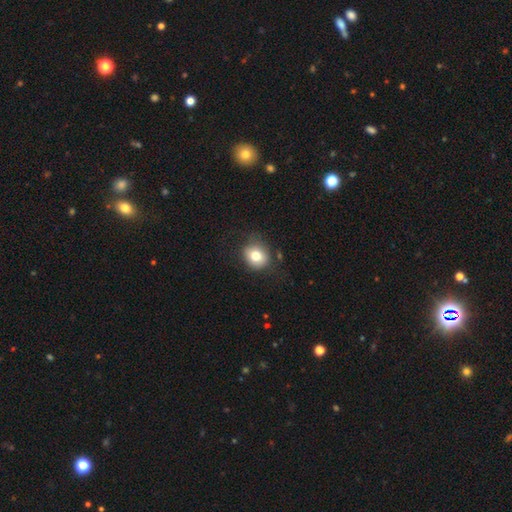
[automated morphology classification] smooth_or_featured: smooth (p=0.78) [alt: featured or disk p=0.11]
how_rounded: round (p=0.75) [alt: in between p=0.24]
merging: none (p=0.76) [alt: minor disturbance p=0.16]